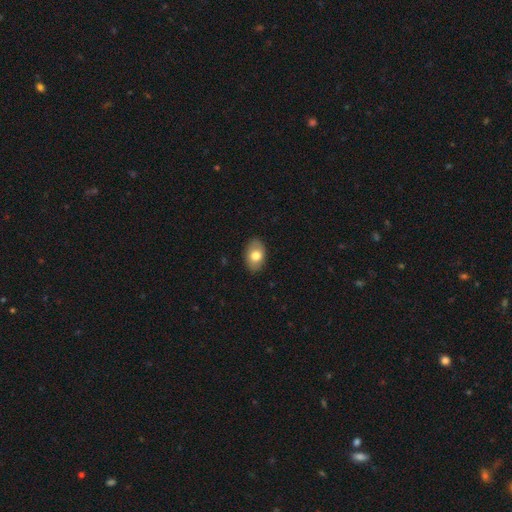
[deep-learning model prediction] This is likely a smooth galaxy (75%). How rounded: clearly in between (87%). Merging: clearly none (86%).